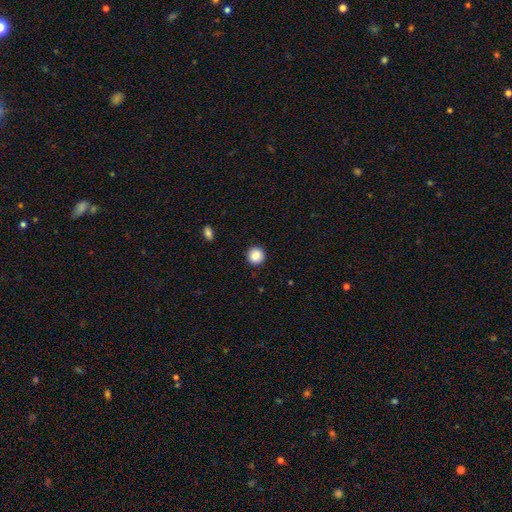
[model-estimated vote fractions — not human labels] Morphology: type=smooth (88%); roundness=round (95%); merging=none (92%).